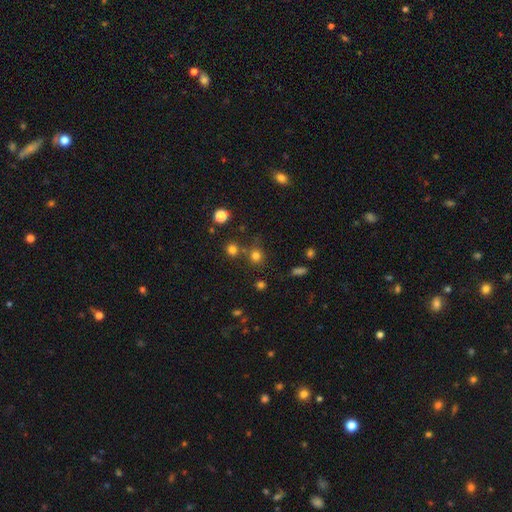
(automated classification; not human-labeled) smooth-or-featured: smooth: 73% | star or artifact: 20% | featured or disk: 7%
  how-rounded: round: 89% | in between: 10% | cigar-shaped: 1%
  merging: none: 71% | merger: 15% | minor disturbance: 9% | major disturbance: 4%